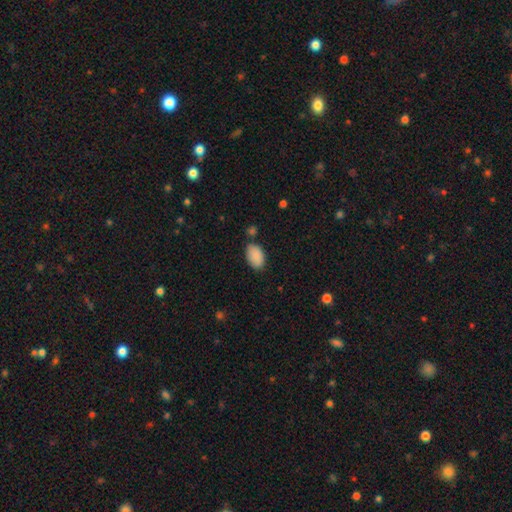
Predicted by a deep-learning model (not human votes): This appears to be a smooth galaxy with no disk features (90%) that is in between round and cigar-shaped (93%). Merging: none (76%).